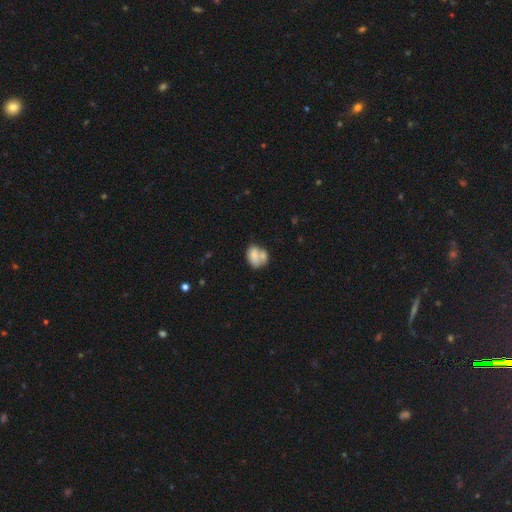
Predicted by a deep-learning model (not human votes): Morphology: type=smooth (71%); roundness=in between (68%); merging=merger (51%).